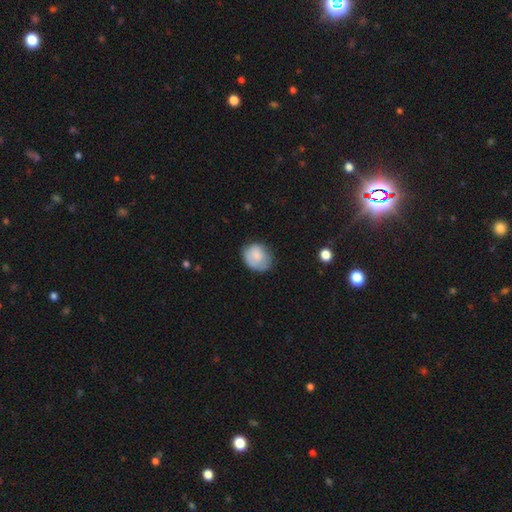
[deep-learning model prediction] smooth 79%, featured or disk 14%, star or artifact 7%. Down the decision tree: how rounded — round (59%); merging — none (64%).